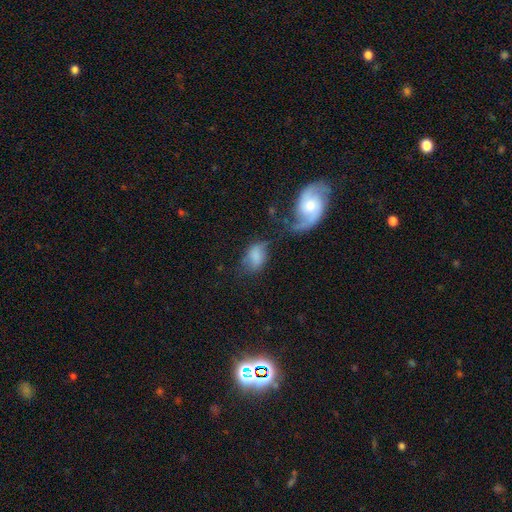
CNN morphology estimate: A smooth galaxy with no disk features (64%) that is in between round and cigar-shaped (81%). Merging: none (37%).